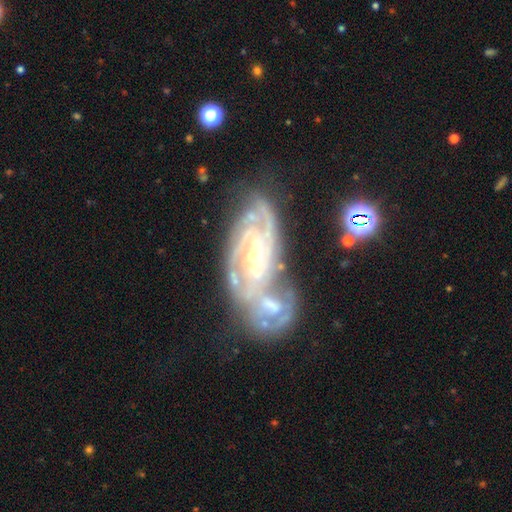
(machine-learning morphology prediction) Smooth or featured? featured or disk (89%)
Edge-on disk? no (95%)
Bar? no (50%)
Spiral arms? yes (97%)
Spiral winding? tight (64%)
Spiral arm count? 2 (32%)
Bulge size? small (63%)
Merging? merger (45%)